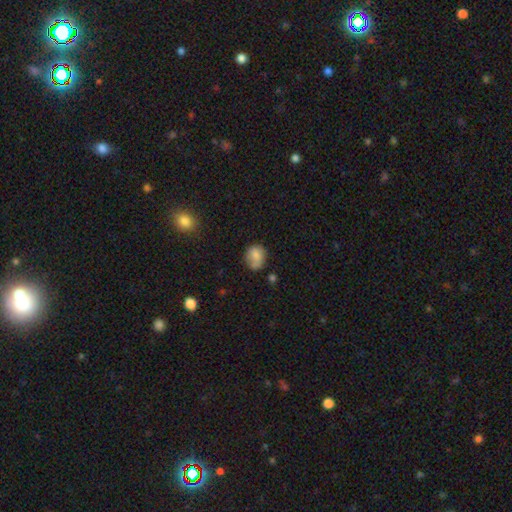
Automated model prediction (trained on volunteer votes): Smooth or featured: smooth — 78% (featured or disk — 13%)
How rounded: round — 63% (in between — 36%)
Merging: none — 59% (minor disturbance — 28%)